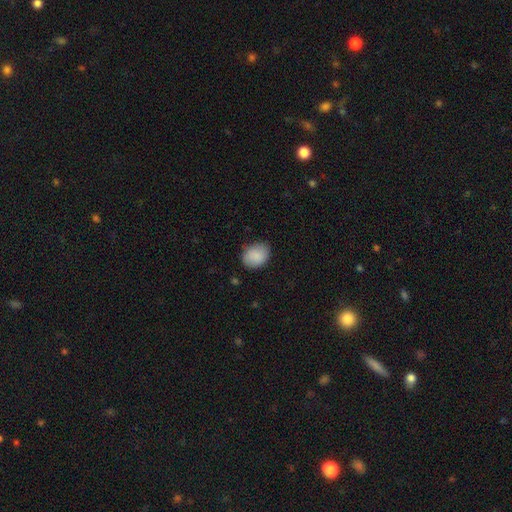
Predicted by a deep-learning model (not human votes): Overall: smooth (88%). How rounded: in between (61%; round 38%). Merging: none (79%).